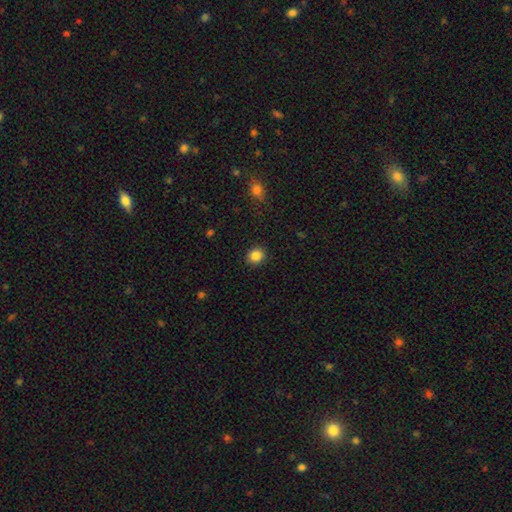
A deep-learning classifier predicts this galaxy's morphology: Smooth or featured?
  - smooth: 86% *
  - star or artifact: 10%
  - featured or disk: 4%
How rounded?
  - round: 82% *
  - in between: 17%
  - cigar-shaped: 1%
Merging?
  - none: 91% *
  - minor disturbance: 6%
  - major disturbance: 2%
  - merger: 1%